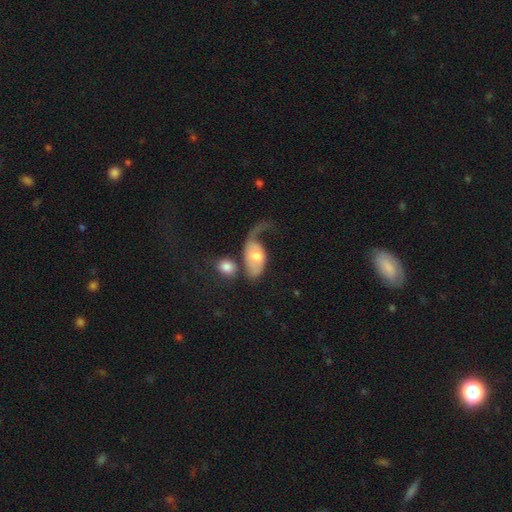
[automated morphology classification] This is possibly a smooth galaxy (49%). Merging: possibly major disturbance (47%).